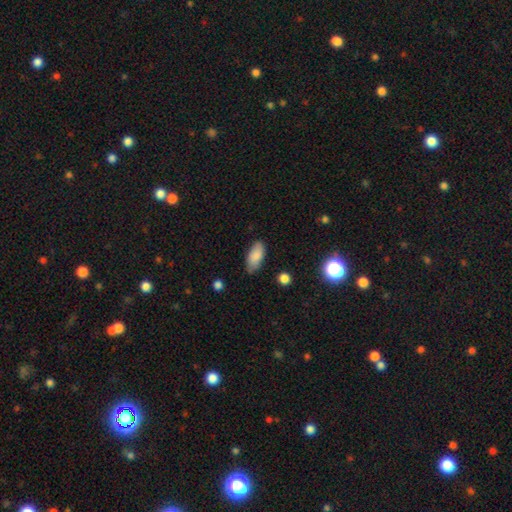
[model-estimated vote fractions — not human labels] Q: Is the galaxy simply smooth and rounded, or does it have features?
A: smooth — 85%.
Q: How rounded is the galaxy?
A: in between — 89%.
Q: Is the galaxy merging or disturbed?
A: none — 79%.